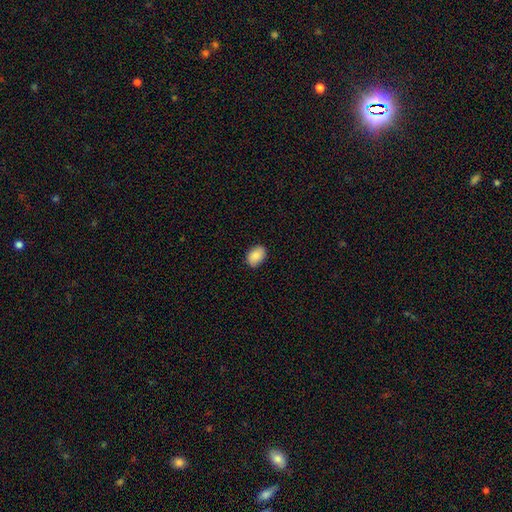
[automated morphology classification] This is clearly a smooth galaxy (88%). How rounded: clearly in between (80%). Merging: clearly none (86%).